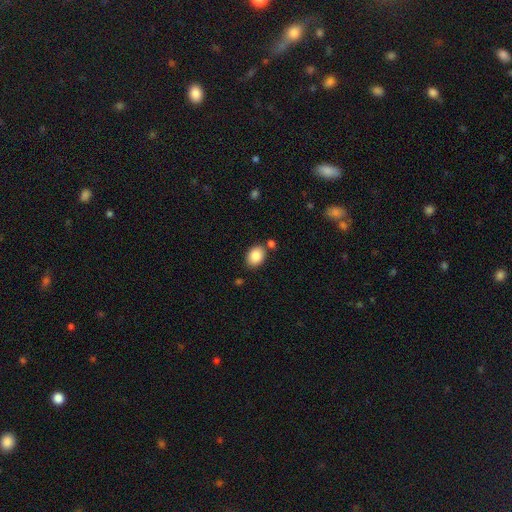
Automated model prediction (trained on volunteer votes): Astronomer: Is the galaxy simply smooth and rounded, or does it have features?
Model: smooth — 87%.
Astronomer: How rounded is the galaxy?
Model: in between — 72%.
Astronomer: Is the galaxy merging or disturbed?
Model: none — 77%.